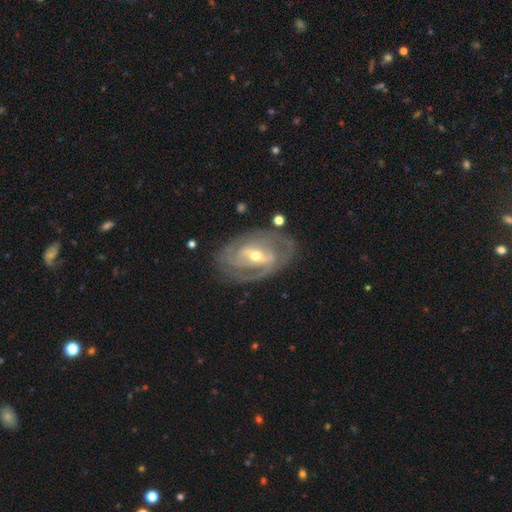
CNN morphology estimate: Smooth or featured? Predicted: featured or disk (p=0.86). Edge-on disk? Predicted: no (p=0.95). Bar? Predicted: strong (p=0.43). Spiral arms? Predicted: yes (p=0.89). Spiral winding? Predicted: tight (p=0.60). Spiral arm count? Predicted: 2 (p=0.47). Bulge size? Predicted: moderate (p=0.50). Merging? Predicted: none (p=0.73).